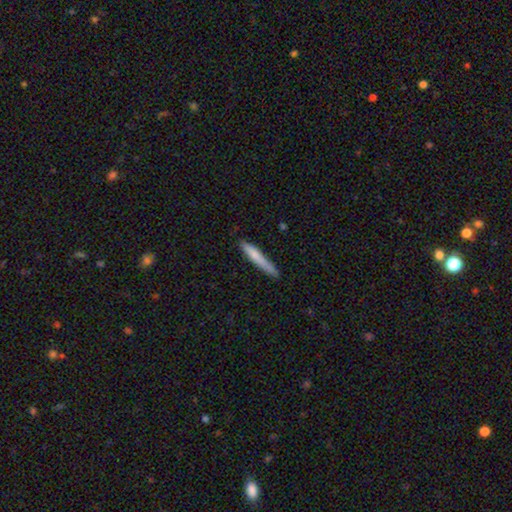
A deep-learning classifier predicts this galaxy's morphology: A smooth galaxy with no disk features (73%) that is cigar-shaped (94%). Merging: none (76%).